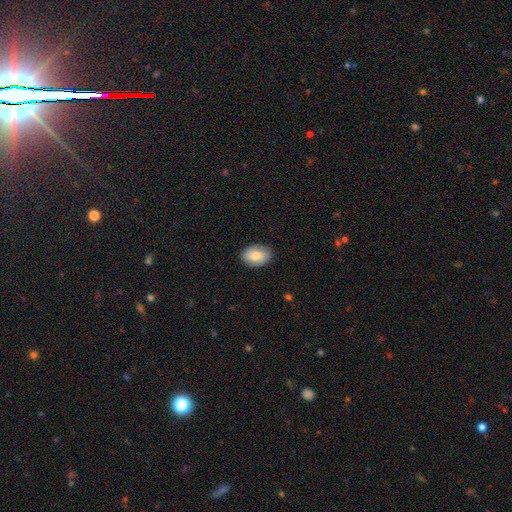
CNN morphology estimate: smooth 80%, featured or disk 14%, star or artifact 7%. Down the decision tree: how rounded — in between (81%); merging — none (86%).